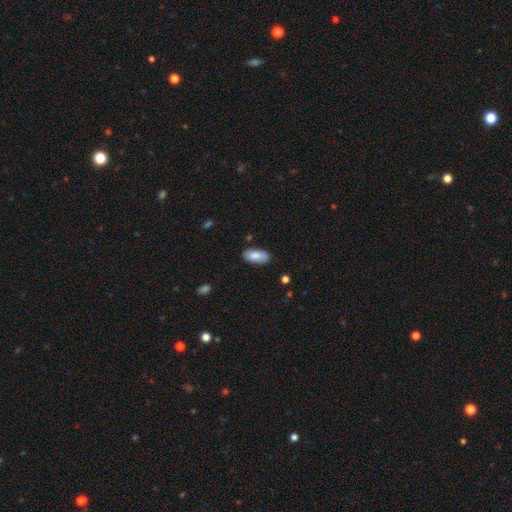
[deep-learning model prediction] A smooth galaxy with no disk features (83%) that is in between round and cigar-shaped (92%). Merging: none (82%).